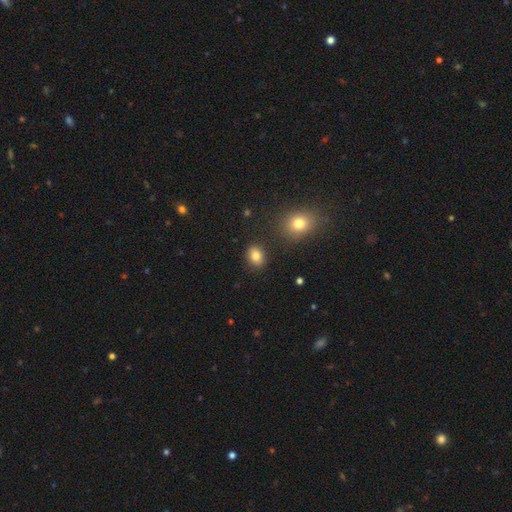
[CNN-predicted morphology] Q: Smooth or featured?
A: smooth (83%); runner-up: star or artifact (10%)
Q: How rounded?
A: in between (59%); runner-up: round (40%)
Q: Merging?
A: none (86%); runner-up: minor disturbance (8%)